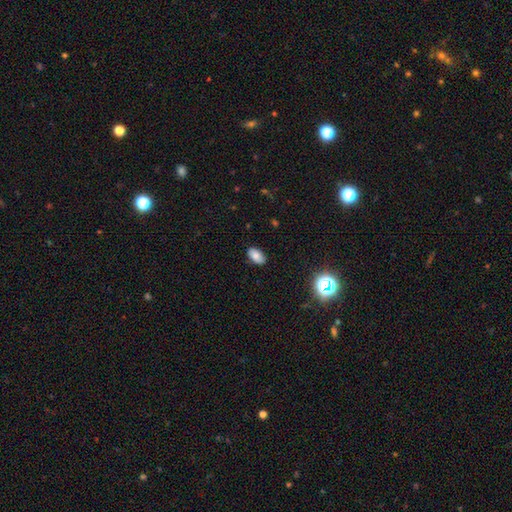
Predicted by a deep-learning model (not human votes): Overall: smooth (80%). How rounded: in between (94%). Merging: none (86%).